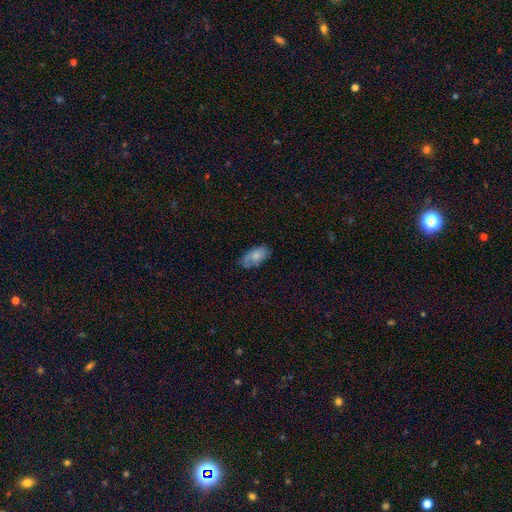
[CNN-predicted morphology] Smooth or featured?
  - smooth: 71% *
  - featured or disk: 22%
  - star or artifact: 7%
How rounded?
  - in between: 91% *
  - cigar-shaped: 5%
  - round: 4%
Merging?
  - none: 60% *
  - minor disturbance: 29%
  - major disturbance: 8%
  - merger: 3%